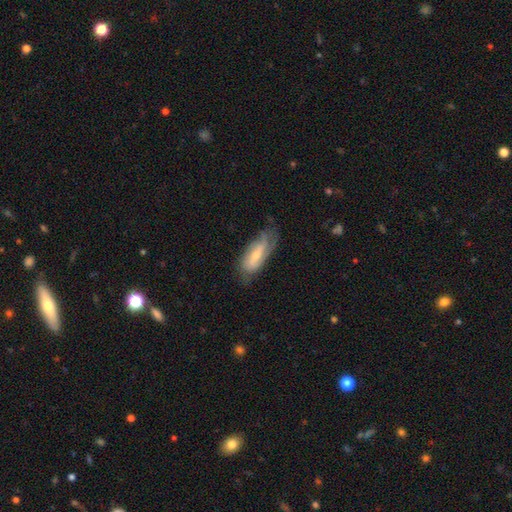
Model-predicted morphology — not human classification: Smooth or featured: featured or disk — 52% (smooth — 41%)
Edge-on disk: no — 83% (yes — 17%)
Merging: none — 59% (minor disturbance — 29%)